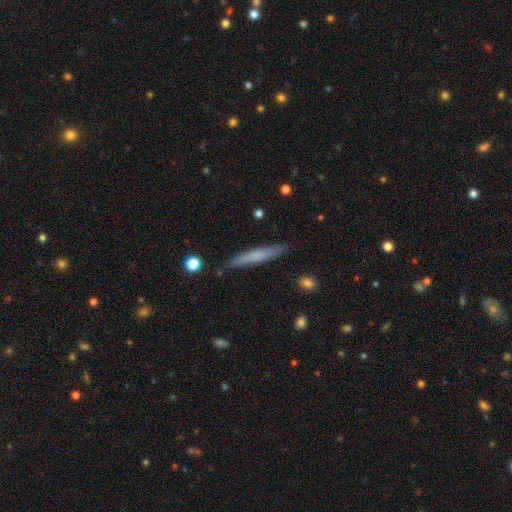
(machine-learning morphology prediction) This is likely a smooth galaxy (62%). How rounded: clearly cigar-shaped (94%). Merging: clearly none (85%).